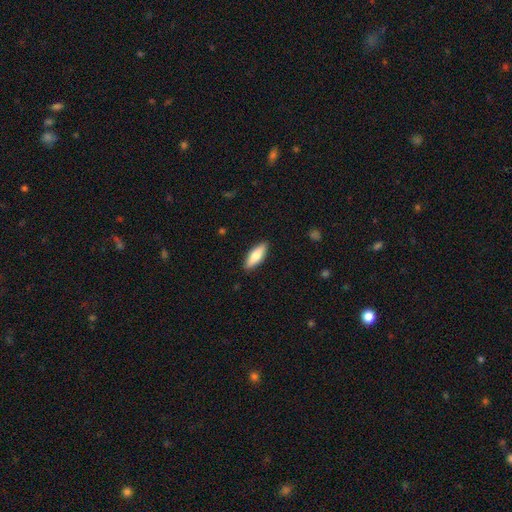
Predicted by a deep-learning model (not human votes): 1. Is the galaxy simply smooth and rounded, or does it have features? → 73% smooth, 22% featured or disk, 6% star or artifact.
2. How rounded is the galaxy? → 59% in between, 39% cigar-shaped, 2% round.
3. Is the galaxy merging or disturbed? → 89% none, 8% minor disturbance, 2% major disturbance, 1% merger.